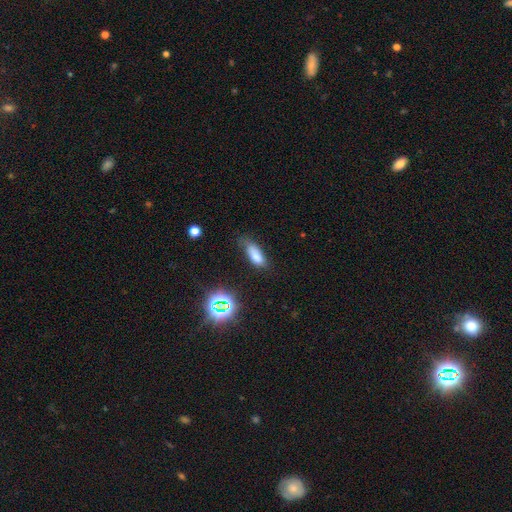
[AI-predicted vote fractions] Morphology: type=smooth (76%); roundness=in between (72%); merging=none (58%).